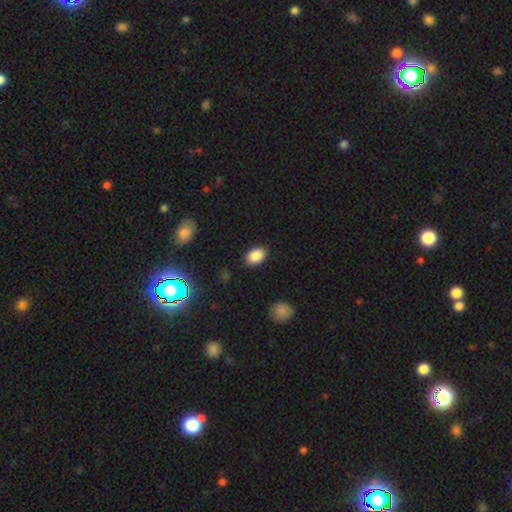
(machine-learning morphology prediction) smooth_or_featured: smooth (p=0.86) [alt: star or artifact p=0.09]
how_rounded: in between (p=0.83) [alt: round p=0.16]
merging: none (p=0.88) [alt: minor disturbance p=0.09]